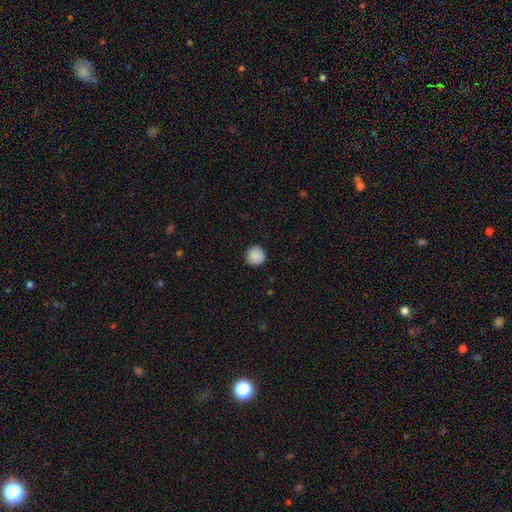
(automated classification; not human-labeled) Smooth or featured? Predicted: smooth (p=0.88). How rounded? Predicted: round (p=0.93). Merging? Predicted: none (p=0.86).